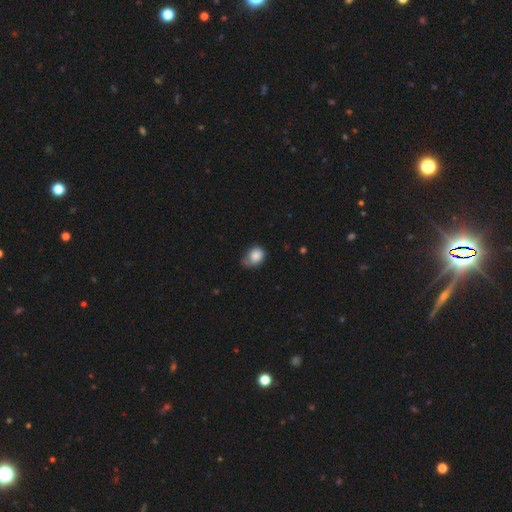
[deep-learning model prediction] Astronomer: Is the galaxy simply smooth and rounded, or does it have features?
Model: smooth — 82%.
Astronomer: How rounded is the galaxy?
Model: in between — 55% (runner-up: round, 44%).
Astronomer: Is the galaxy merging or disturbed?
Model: minor disturbance — 42% (runner-up: none, 38%).